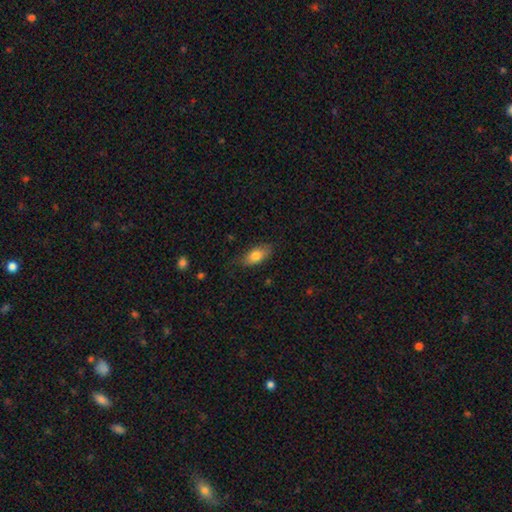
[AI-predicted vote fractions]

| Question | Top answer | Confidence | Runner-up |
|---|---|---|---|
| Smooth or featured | smooth | 79% | featured or disk (14%) |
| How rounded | in between | 87% | cigar-shaped (9%) |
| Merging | none | 76% | minor disturbance (19%) |